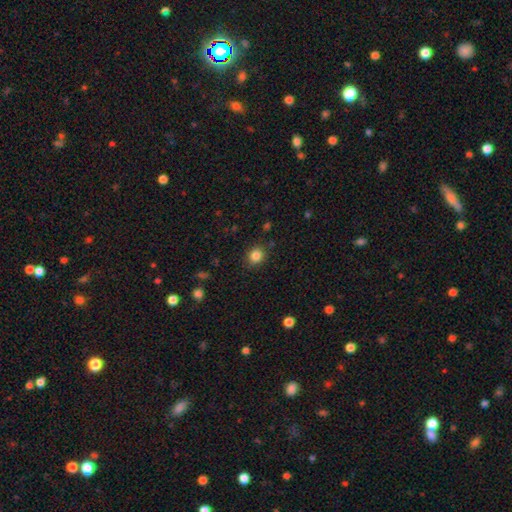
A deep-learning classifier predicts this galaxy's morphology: Smooth or featured: smooth — 85% (star or artifact — 11%)
How rounded: round — 77% (in between — 22%)
Merging: none — 86% (minor disturbance — 9%)